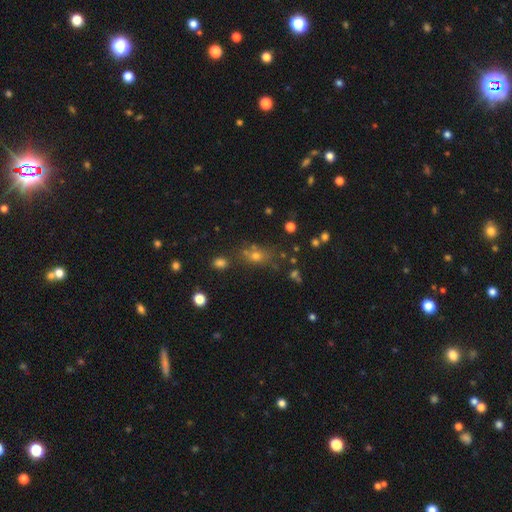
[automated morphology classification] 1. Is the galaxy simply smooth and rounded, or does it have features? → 58% smooth, 27% star or artifact, 15% featured or disk.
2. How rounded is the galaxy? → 55% in between, 38% round, 7% cigar-shaped.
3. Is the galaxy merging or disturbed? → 65% none, 15% minor disturbance, 13% merger, 7% major disturbance.